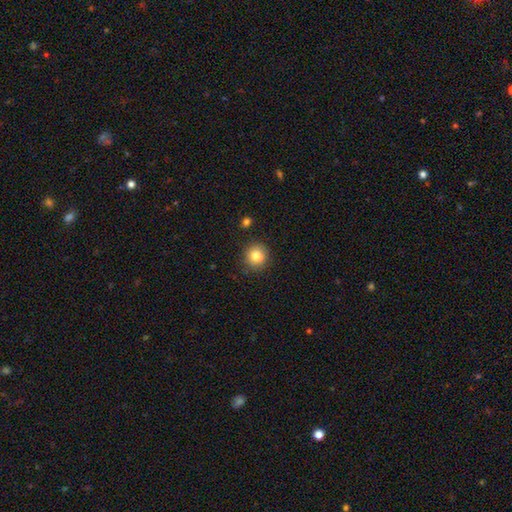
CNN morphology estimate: type=smooth (80%); roundness=round (82%); merging=none (76%).